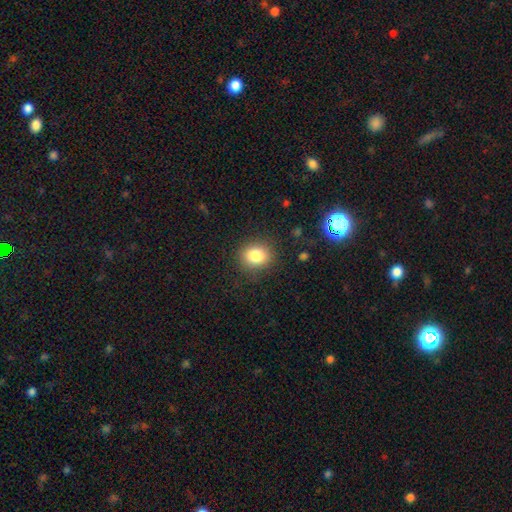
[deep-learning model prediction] Smooth or featured? Predicted: smooth (p=0.84). How rounded? Predicted: round (p=0.68). Merging? Predicted: none (p=0.86).